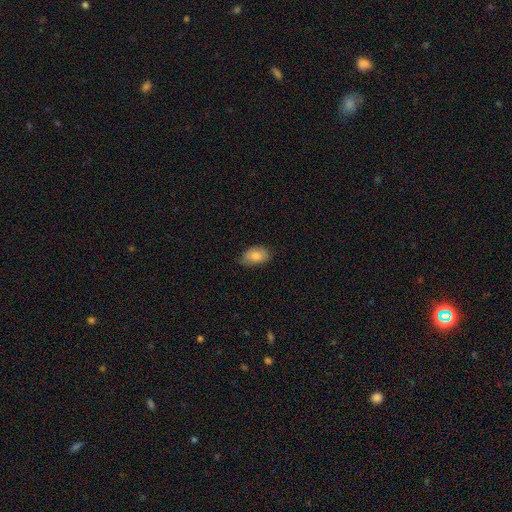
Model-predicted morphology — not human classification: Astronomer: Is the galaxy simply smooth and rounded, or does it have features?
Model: smooth — 81%.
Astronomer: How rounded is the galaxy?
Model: in between — 89%.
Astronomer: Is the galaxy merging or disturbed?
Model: none — 66%.